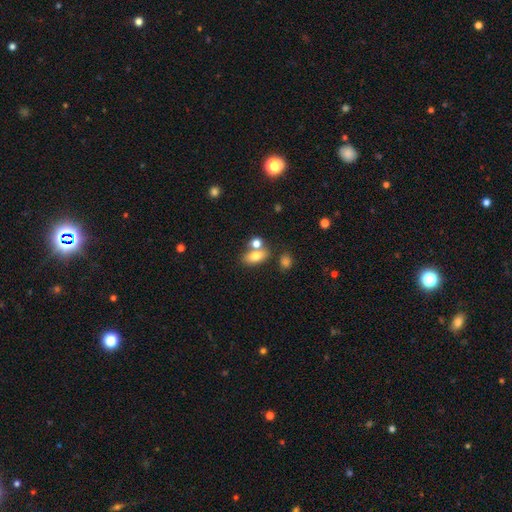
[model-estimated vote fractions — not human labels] Smooth or featured?
  - smooth: 75% *
  - featured or disk: 16%
  - star or artifact: 9%
How rounded?
  - in between: 82% *
  - round: 13%
  - cigar-shaped: 5%
Merging?
  - none: 55% *
  - merger: 30%
  - minor disturbance: 11%
  - major disturbance: 4%